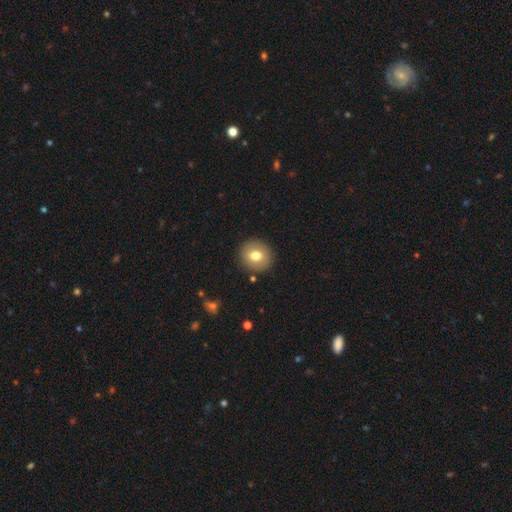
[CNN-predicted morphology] This appears to be a smooth galaxy with no disk features (74%) that is round (88%). Merging: none (90%).